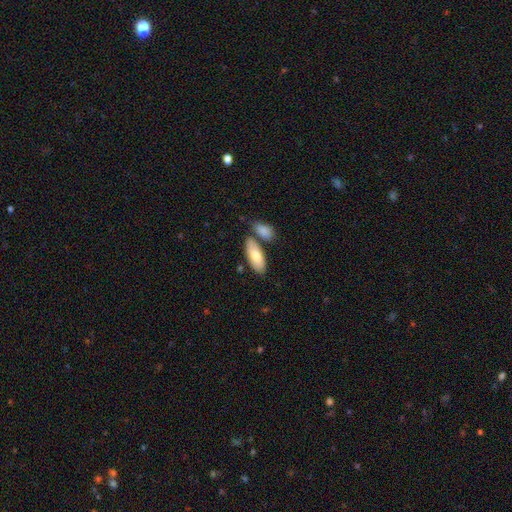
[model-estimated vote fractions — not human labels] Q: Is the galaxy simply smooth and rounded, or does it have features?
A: smooth — 78%.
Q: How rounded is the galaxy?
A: in between — 83%.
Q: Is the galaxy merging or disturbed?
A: none — 65%.